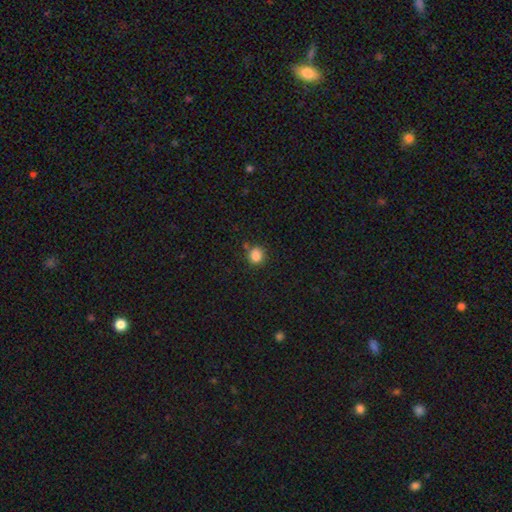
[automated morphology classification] Overall: smooth (85%). How rounded: round (82%). Merging: none (76%).